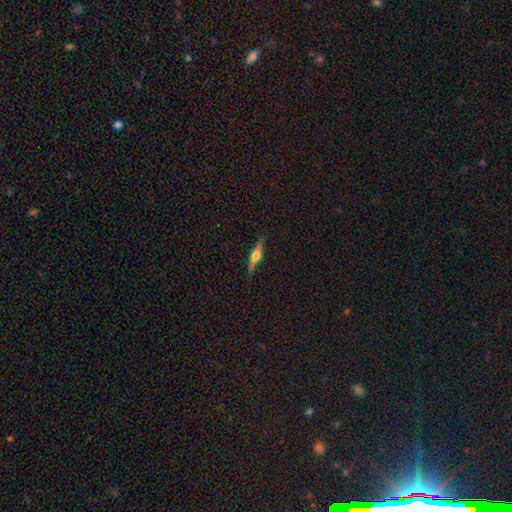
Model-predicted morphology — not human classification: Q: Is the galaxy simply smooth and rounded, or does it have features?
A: featured or disk — 74%.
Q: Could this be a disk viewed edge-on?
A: yes — 98%.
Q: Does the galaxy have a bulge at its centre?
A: rounded — 91%.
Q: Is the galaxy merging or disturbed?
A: none — 88%.